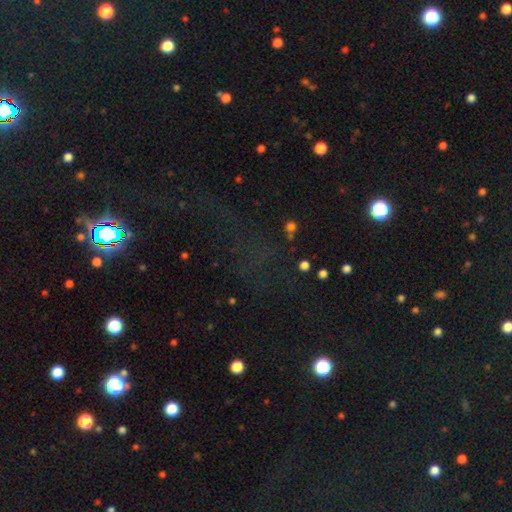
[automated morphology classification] Overall: star or artifact (70%).